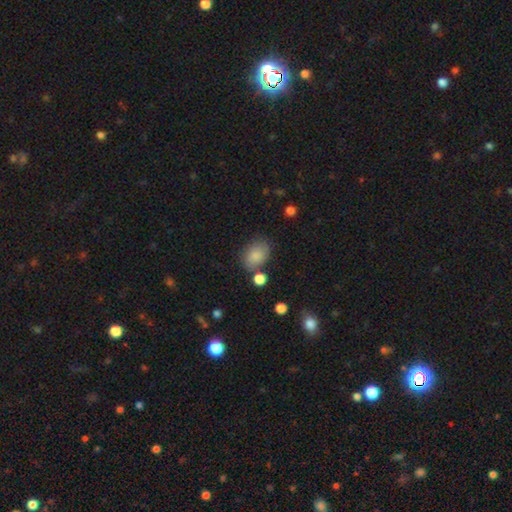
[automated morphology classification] This is clearly a smooth galaxy (82%). How rounded: likely in between (70%). Merging: likely none (67%).